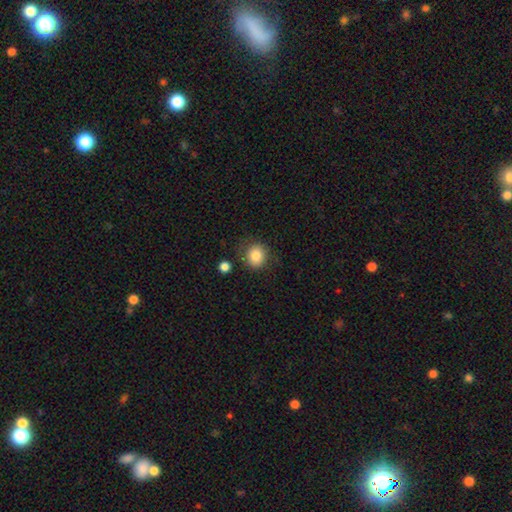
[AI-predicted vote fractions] This appears to be a smooth galaxy with no disk features (83%) that is round (82%). Merging: none (79%).